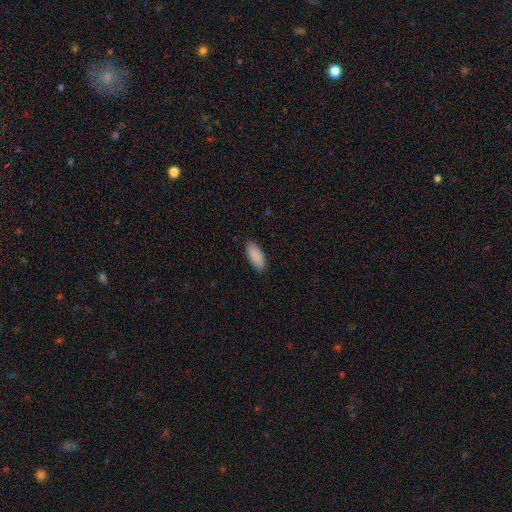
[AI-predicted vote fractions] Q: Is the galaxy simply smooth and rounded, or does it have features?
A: smooth — 90%.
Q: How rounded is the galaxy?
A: in between — 81%.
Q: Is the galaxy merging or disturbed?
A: none — 87%.